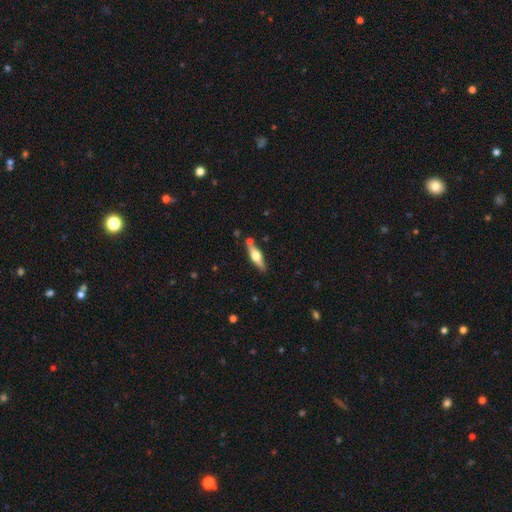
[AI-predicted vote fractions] Smooth or featured: featured or disk — 60% (smooth — 35%)
Edge-on disk: yes — 94% (no — 6%)
Edge-on bulge: rounded — 93% (boxy — 5%)
Merging: none — 79% (minor disturbance — 12%)